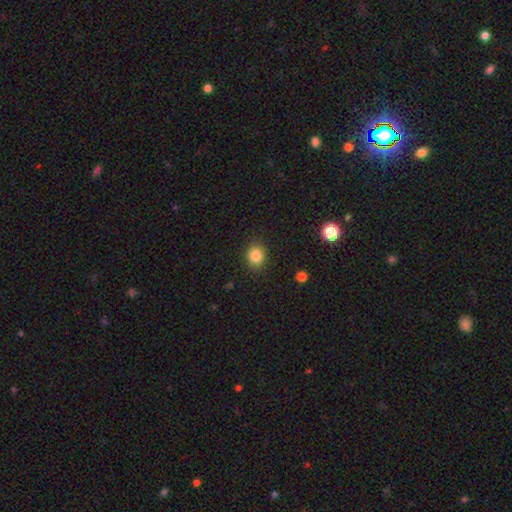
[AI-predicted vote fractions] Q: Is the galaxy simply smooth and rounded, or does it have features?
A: smooth — 84%.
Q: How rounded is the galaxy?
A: round — 72%.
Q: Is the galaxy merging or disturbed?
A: none — 90%.